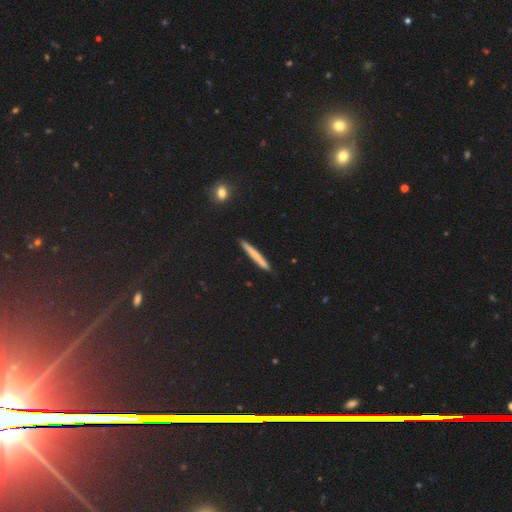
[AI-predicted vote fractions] Morphology: type=smooth (68%); roundness=cigar-shaped (96%); merging=none (91%).